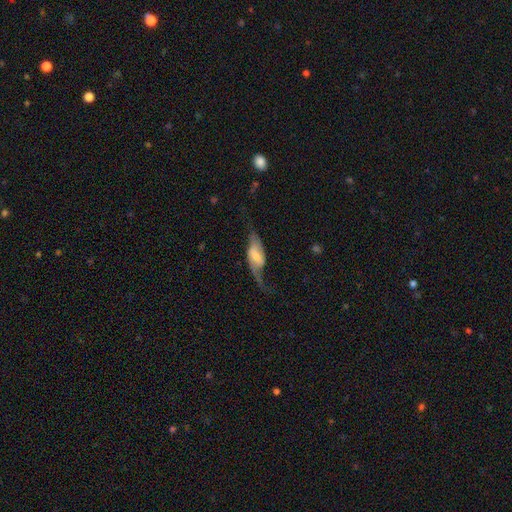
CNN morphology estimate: Smooth or featured? Predicted: featured or disk (p=0.69). Edge-on disk? Predicted: no (p=0.88). Bar? Predicted: weak (p=0.43). Spiral arms? Predicted: yes (p=0.88). Spiral winding? Predicted: loose (p=0.80). Spiral arm count? Predicted: 2 (p=0.84). Bulge size? Predicted: moderate (p=0.36). Merging? Predicted: none (p=0.49).